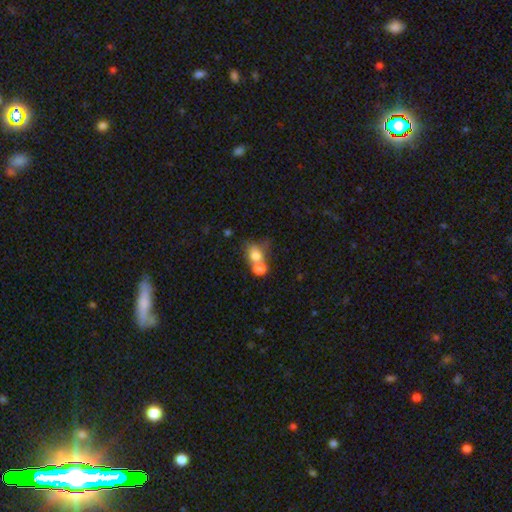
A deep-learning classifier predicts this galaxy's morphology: smooth 74%, featured or disk 15%, star or artifact 11%. Down the decision tree: how rounded — round (51%); merging — merger (59%).